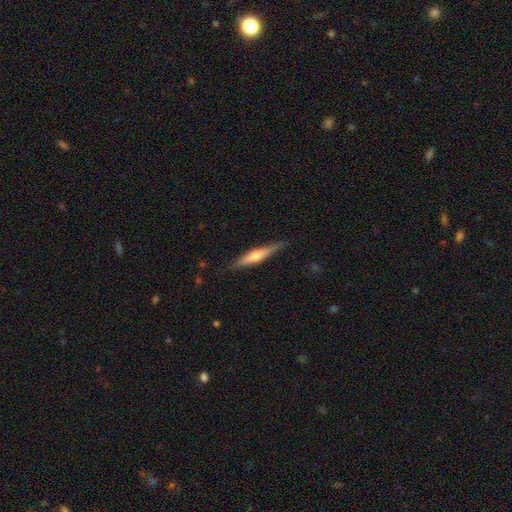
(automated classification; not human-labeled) Smooth or featured: featured or disk — 58% (smooth — 36%)
Edge-on disk: yes — 96% (no — 4%)
Edge-on bulge: rounded — 87% (none — 7%)
Merging: none — 85% (minor disturbance — 11%)